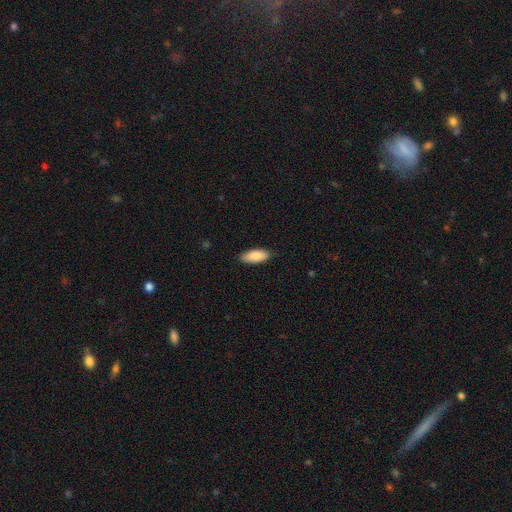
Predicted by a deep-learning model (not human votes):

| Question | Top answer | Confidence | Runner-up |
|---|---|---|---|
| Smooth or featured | smooth | 88% | featured or disk (6%) |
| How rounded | in between | 81% | cigar-shaped (17%) |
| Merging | none | 85% | minor disturbance (12%) |